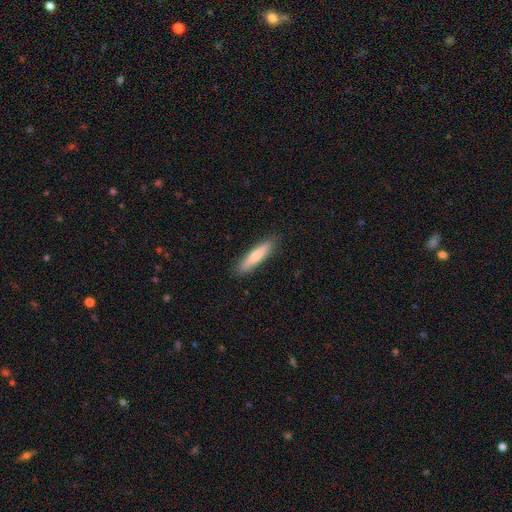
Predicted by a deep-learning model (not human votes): A smooth galaxy with no disk features (69%) that is cigar-shaped (82%).

Vote fractions:
- Smooth or featured? smooth: 69% / featured or disk: 25% / star or artifact: 6%
- How rounded? cigar-shaped: 82% / in between: 17% / round: 2%
- Merging? none: 89% / minor disturbance: 8% / major disturbance: 2% / merger: 1%